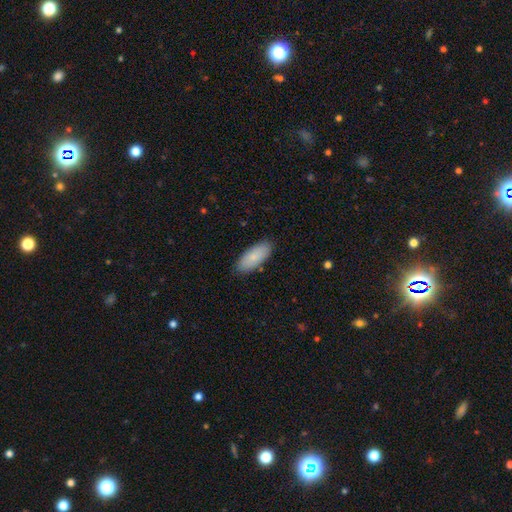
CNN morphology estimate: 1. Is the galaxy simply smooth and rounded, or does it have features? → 83% smooth, 11% featured or disk, 6% star or artifact.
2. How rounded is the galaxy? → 84% in between, 14% cigar-shaped, 2% round.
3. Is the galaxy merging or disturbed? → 86% none, 10% minor disturbance, 2% major disturbance, 1% merger.